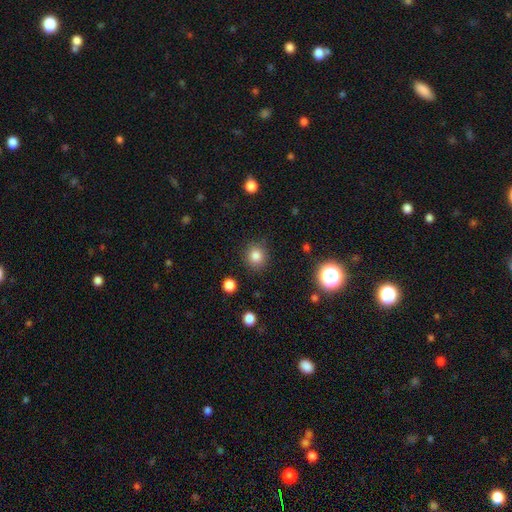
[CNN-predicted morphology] A smooth galaxy with no disk features (83%) that is round (88%).

Vote fractions:
- Smooth or featured? smooth: 83% / star or artifact: 12% / featured or disk: 5%
- How rounded? round: 88% / in between: 11% / cigar-shaped: 1%
- Merging? none: 89% / minor disturbance: 7% / major disturbance: 3% / merger: 2%